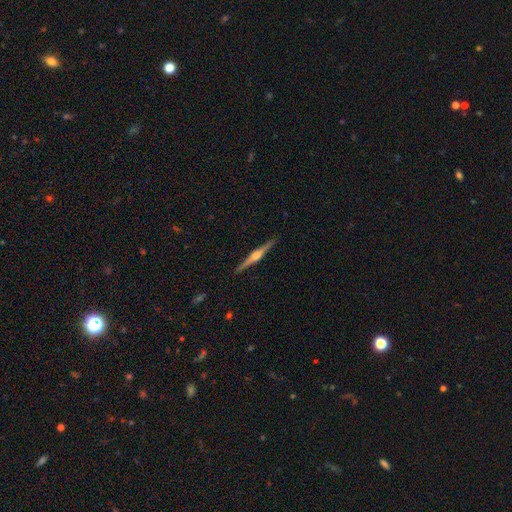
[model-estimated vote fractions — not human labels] featured or disk 80%, smooth 15%, star or artifact 5%. Down the decision tree: edge-on disk — yes (99%); edge-on bulge — rounded (88%); merging — none (92%).